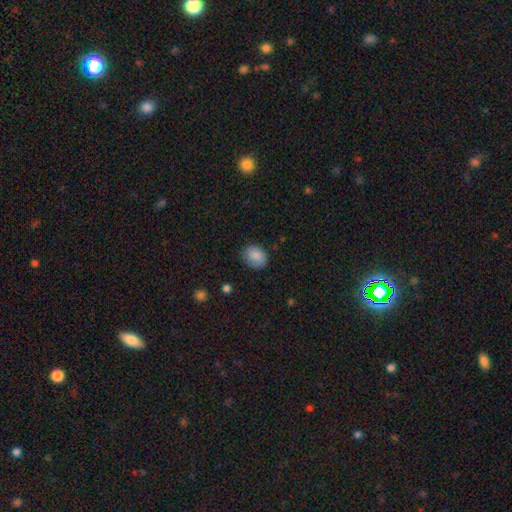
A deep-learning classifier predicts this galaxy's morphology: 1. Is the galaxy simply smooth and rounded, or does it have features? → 86% smooth, 8% star or artifact, 6% featured or disk.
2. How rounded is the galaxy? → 53% in between, 46% round, 1% cigar-shaped.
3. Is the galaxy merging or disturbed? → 78% none, 17% minor disturbance, 4% major disturbance, 1% merger.